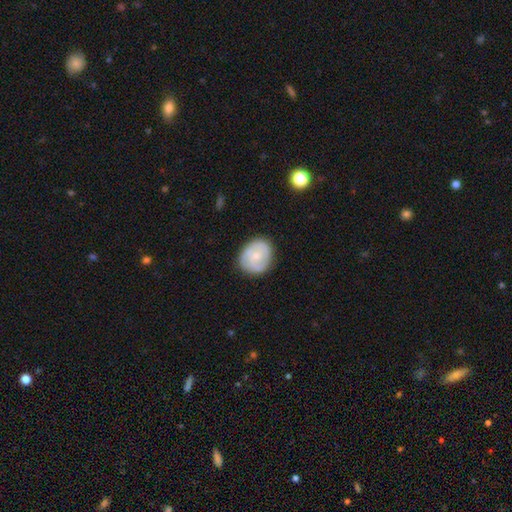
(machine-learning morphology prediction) This appears to be a featured or disk galaxy (53%) with no bar (75%), spiral arms (80%) and a small central bulge (61%). Merging: none (78%).